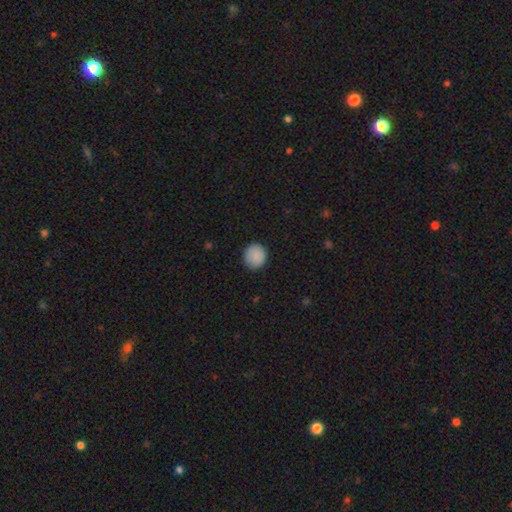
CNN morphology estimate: Smooth or featured?
  - smooth: 89% *
  - star or artifact: 8%
  - featured or disk: 3%
How rounded?
  - round: 88% *
  - in between: 11%
  - cigar-shaped: 1%
Merging?
  - none: 89% *
  - minor disturbance: 8%
  - major disturbance: 2%
  - merger: 1%